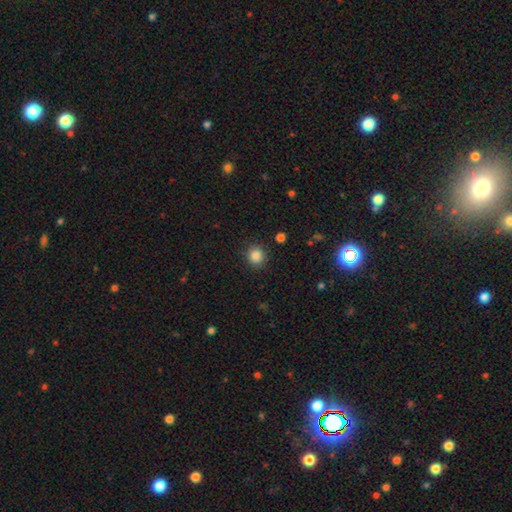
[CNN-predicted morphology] Smooth or featured? smooth (85%)
How rounded? round (88%)
Merging? none (89%)